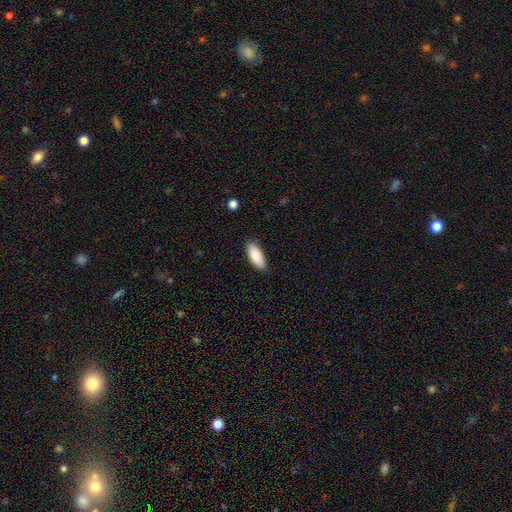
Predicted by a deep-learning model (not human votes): The model was most divided on "how rounded": in between: 76%, cigar-shaped: 22%, round: 2%. More confident: smooth or featured — smooth (87%); merging — none (85%).